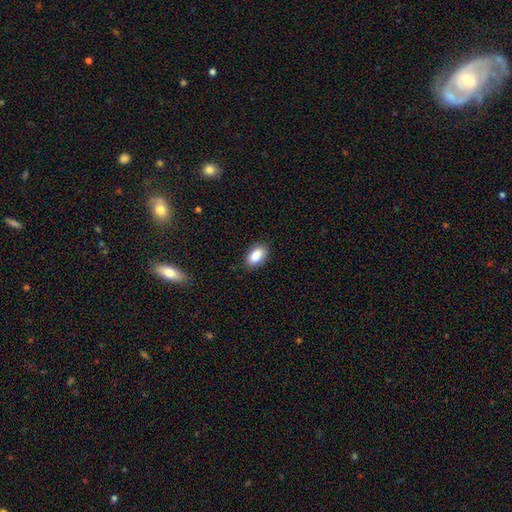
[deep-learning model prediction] The model was most divided on "merging": none: 86%, minor disturbance: 11%, major disturbance: 2%, merger: 1%. More confident: how rounded — in between (92%); smooth or featured — smooth (87%).